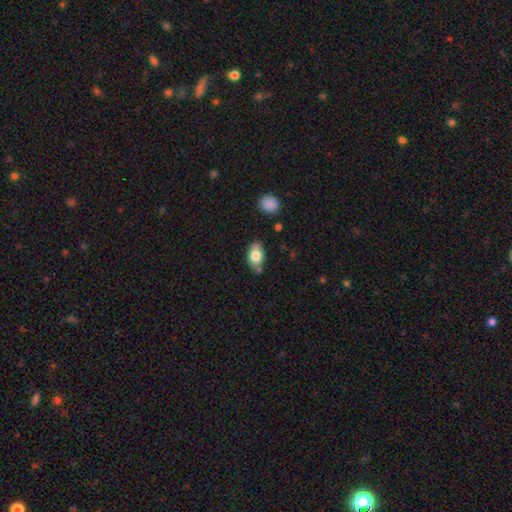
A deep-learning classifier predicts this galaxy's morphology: Q: Smooth or featured?
A: smooth (80%); runner-up: featured or disk (13%)
Q: How rounded?
A: in between (89%); runner-up: round (9%)
Q: Merging?
A: none (70%); runner-up: minor disturbance (19%)